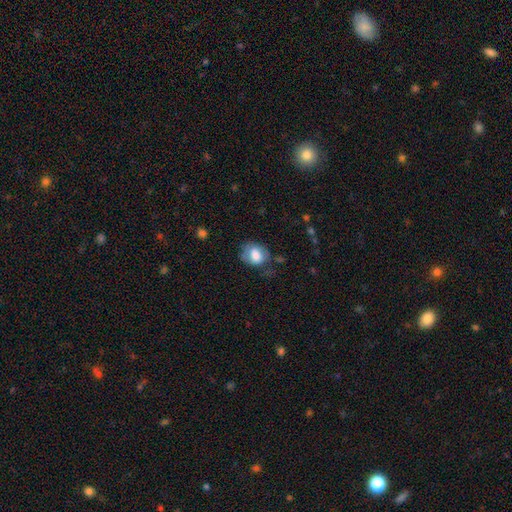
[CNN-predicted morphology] The model was most divided on "how rounded": in between: 56%, round: 43%, cigar-shaped: 1%. More confident: smooth or featured — smooth (73%); merging — none (53%).